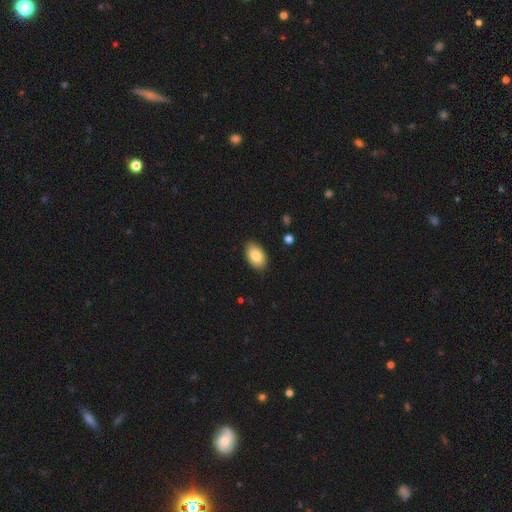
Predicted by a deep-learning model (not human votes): Overall: smooth (84%). How rounded: in between (93%). Merging: none (88%).